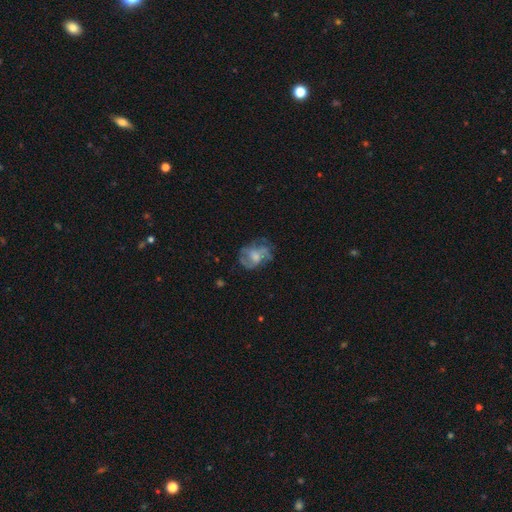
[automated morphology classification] Smooth or featured: featured or disk — 58% (smooth — 32%)
Edge-on disk: no — 97% (yes — 3%)
Bar: no — 65% (weak — 29%)
Spiral arms: yes — 57% (no — 43%)
Bulge size: moderate — 42% (small — 27%)
Merging: none — 47% (major disturbance — 28%)